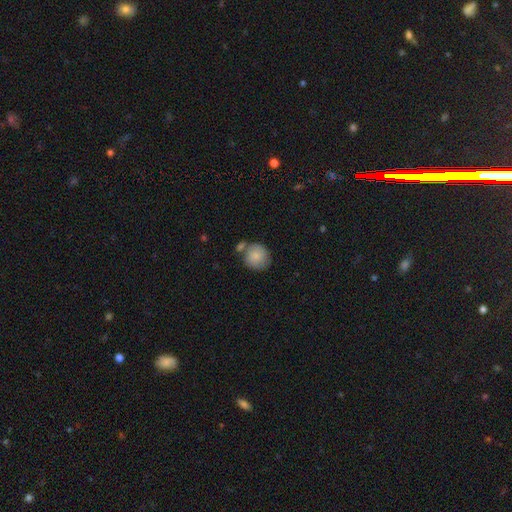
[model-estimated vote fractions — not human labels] This appears to be a smooth galaxy with no disk features (82%) that is round (89%). Merging: none (62%).